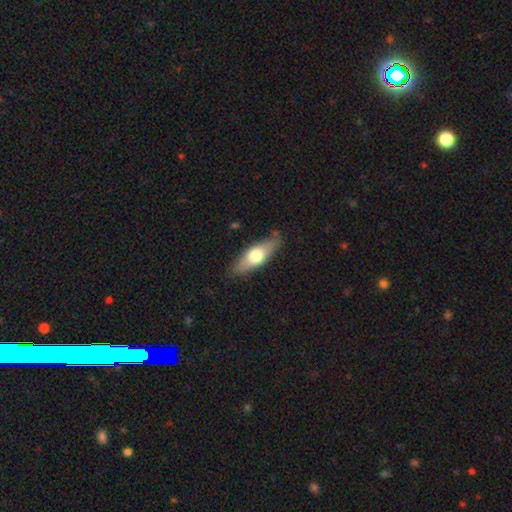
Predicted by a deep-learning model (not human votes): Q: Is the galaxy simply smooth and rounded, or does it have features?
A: smooth — 58%.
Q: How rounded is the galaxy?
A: in between — 57%.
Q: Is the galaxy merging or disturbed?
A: none — 82%.